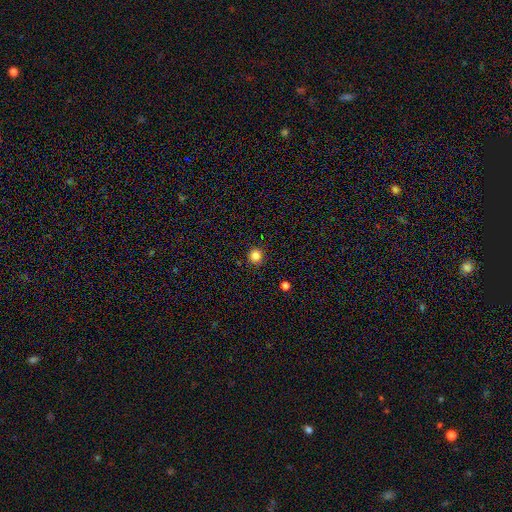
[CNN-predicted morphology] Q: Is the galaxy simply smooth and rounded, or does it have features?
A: smooth — 84%.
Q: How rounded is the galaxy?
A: round — 93%.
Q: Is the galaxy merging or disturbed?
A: none — 91%.